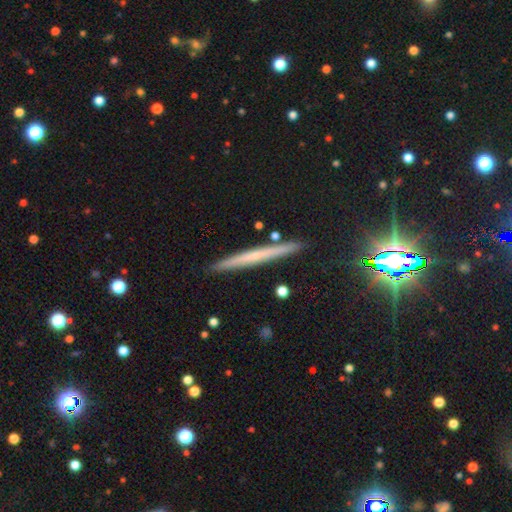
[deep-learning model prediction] This appears to be a featured or disk galaxy (47%). Merging: none (90%).